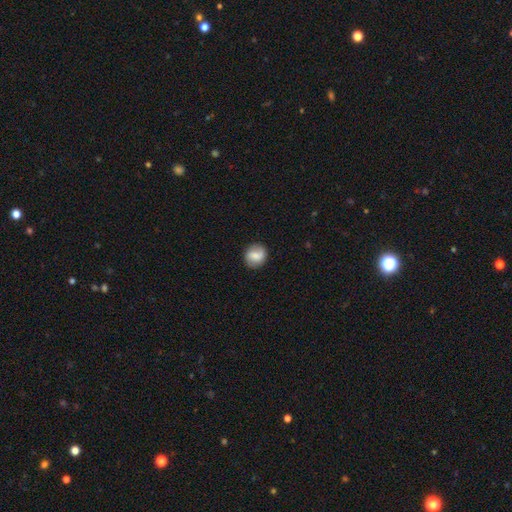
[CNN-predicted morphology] Q: Smooth or featured?
A: smooth (69%); runner-up: featured or disk (23%)
Q: How rounded?
A: round (78%); runner-up: in between (21%)
Q: Merging?
A: none (84%); runner-up: minor disturbance (12%)